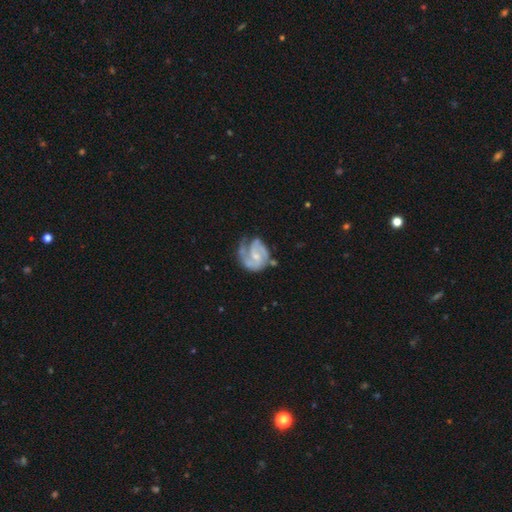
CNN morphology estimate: This is clearly a featured or disk galaxy (86%). It is clearly not viewed edge-on (98%). Bar: possibly no (48%). Spiral arm pattern: clearly yes (96%). Spiral arm count: likely 2 (60%). Spiral winding: marginally medium (44%, tied with tight). Central bulge: possibly small (59%). Merging: possibly none (48%).